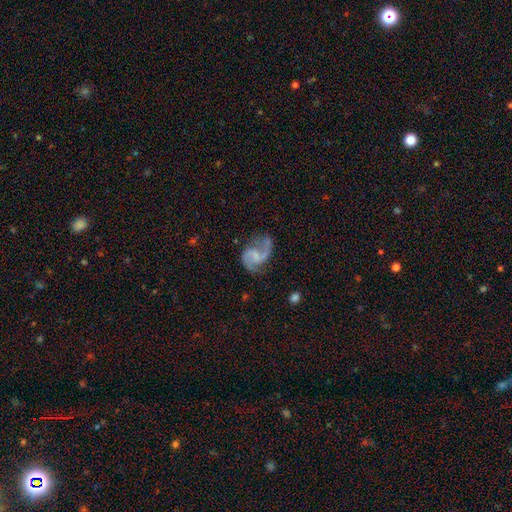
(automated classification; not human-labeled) Smooth or featured: featured or disk — 88% (smooth — 7%)
Edge-on disk: no — 98% (yes — 2%)
Bar: weak — 49% (no — 38%)
Spiral arms: yes — 97% (no — 3%)
Spiral winding: medium — 49% (loose — 42%)
Spiral arm count: 2 — 91% (1 — 4%)
Bulge size: none — 48% (small — 35%)
Merging: none — 64% (minor disturbance — 20%)